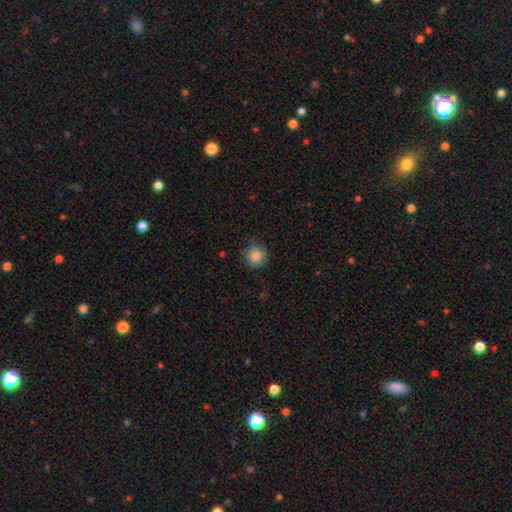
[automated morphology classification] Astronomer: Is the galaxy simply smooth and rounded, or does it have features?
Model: smooth — 86%.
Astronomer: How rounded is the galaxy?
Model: round — 91%.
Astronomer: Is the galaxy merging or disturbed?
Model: none — 82%.